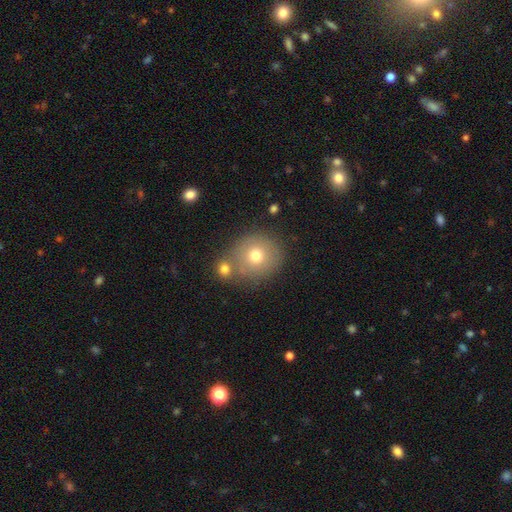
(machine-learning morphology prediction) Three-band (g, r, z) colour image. It shows a smooth galaxy with no disk features (72%) that is round (87%). Merging: none (64%).